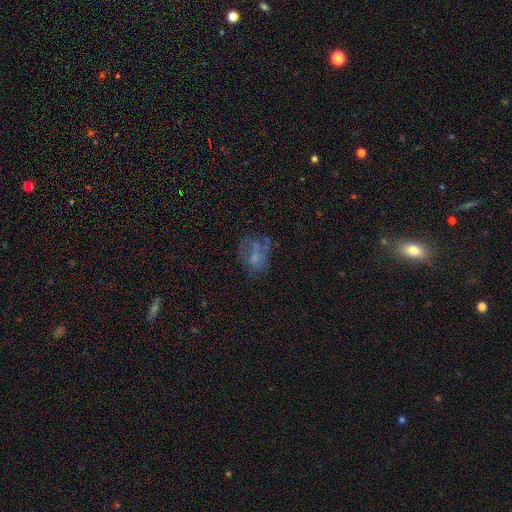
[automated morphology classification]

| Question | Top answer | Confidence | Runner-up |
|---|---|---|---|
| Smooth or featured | smooth | 43% | featured or disk (41%) |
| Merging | none | 46% | major disturbance (28%) |